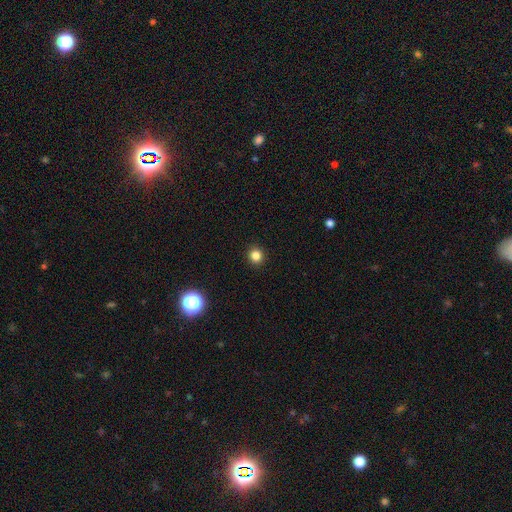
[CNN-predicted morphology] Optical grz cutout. It shows a smooth galaxy with no disk features (83%) that is round (91%). Merging: none (93%).